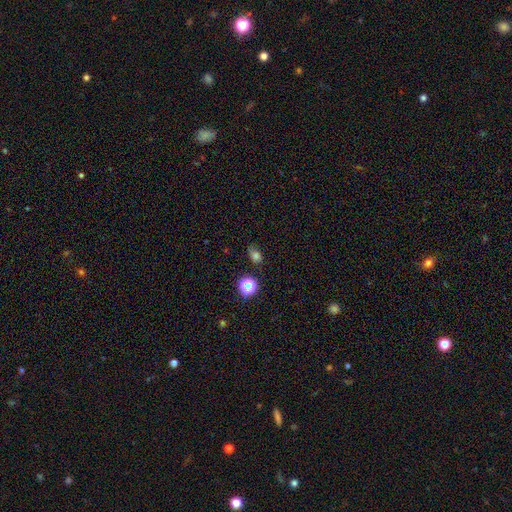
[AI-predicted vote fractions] smooth_or_featured: smooth (p=0.72) [alt: star or artifact p=0.20]
how_rounded: in between (p=0.59) [alt: round p=0.39]
merging: none (p=0.66) [alt: minor disturbance p=0.23]